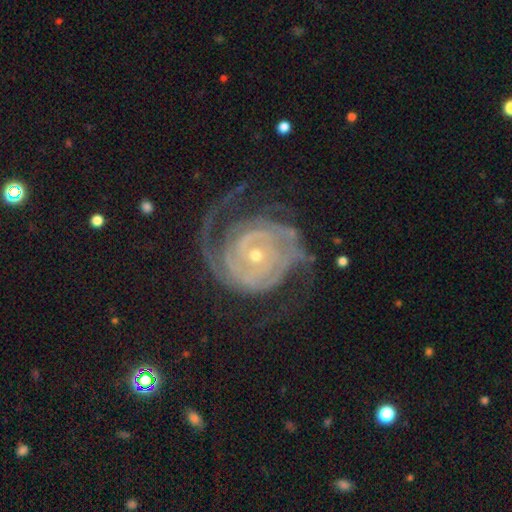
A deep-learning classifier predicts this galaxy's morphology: type=featured or disk (90%); edge-on=no (97%); bar=no (69%); spiral arms=yes (97%); winding=tight (67%); arm count=2 (49%); bulge=small (70%); merging=none (61%).